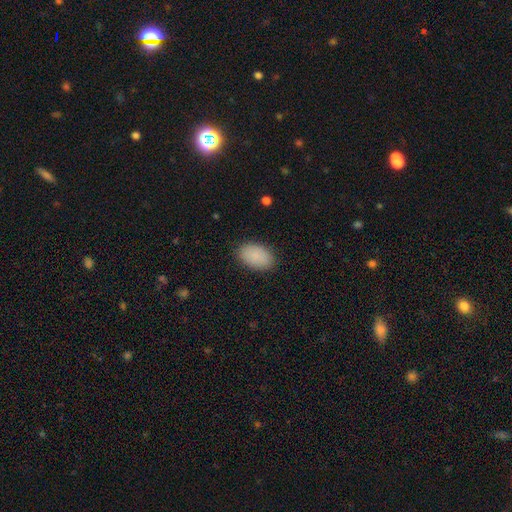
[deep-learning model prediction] Smooth or featured?
  - smooth: 89% *
  - star or artifact: 7%
  - featured or disk: 4%
How rounded?
  - in between: 91% *
  - round: 8%
  - cigar-shaped: 1%
Merging?
  - none: 87% *
  - minor disturbance: 10%
  - major disturbance: 2%
  - merger: 1%